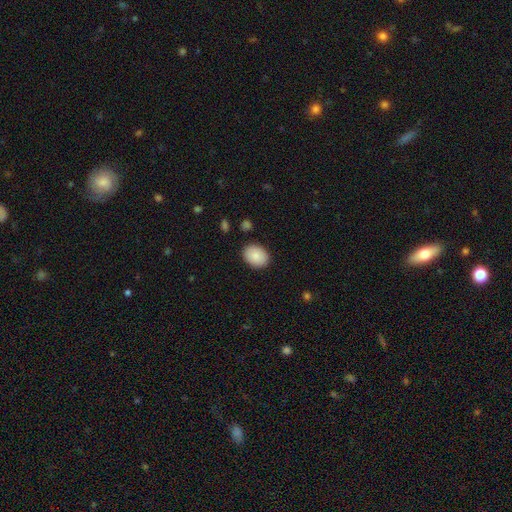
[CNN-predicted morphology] The model was most divided on "how rounded": in between: 71%, round: 28%, cigar-shaped: 1%. More confident: smooth or featured — smooth (88%); merging — none (88%).